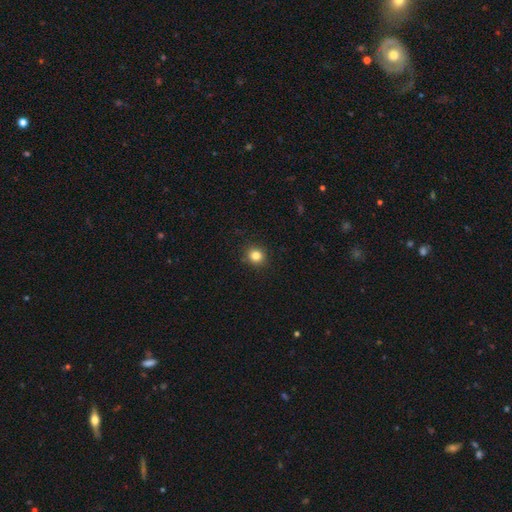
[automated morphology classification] A smooth galaxy with no disk features (83%) that is round (89%). Merging: none (90%).